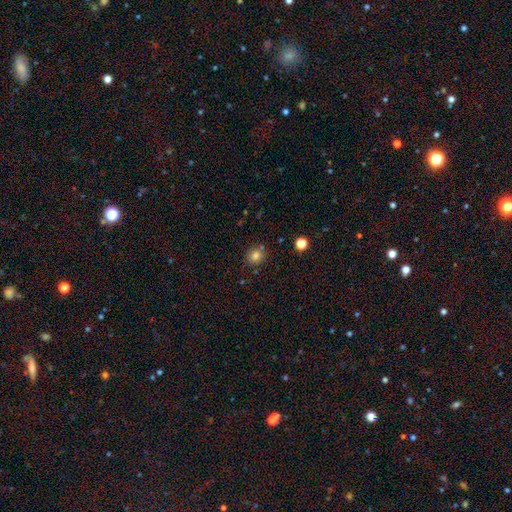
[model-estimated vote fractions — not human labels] smooth 81%, star or artifact 13%, featured or disk 6%. Down the decision tree: how rounded — round (77%); merging — none (78%).